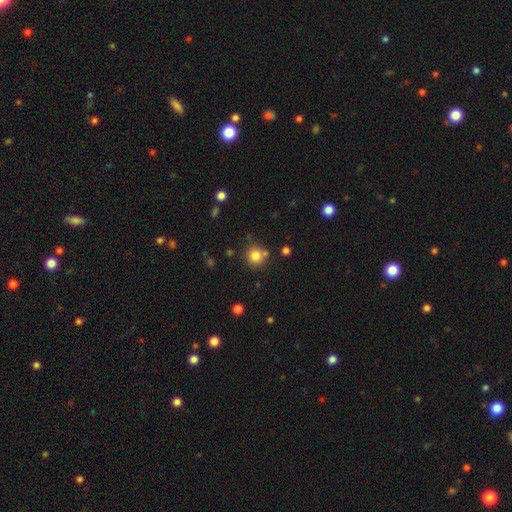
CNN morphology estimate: The model was most divided on "merging": none: 75%, merger: 11%, minor disturbance: 10%, major disturbance: 3%. More confident: how rounded — round (91%); smooth or featured — smooth (81%).